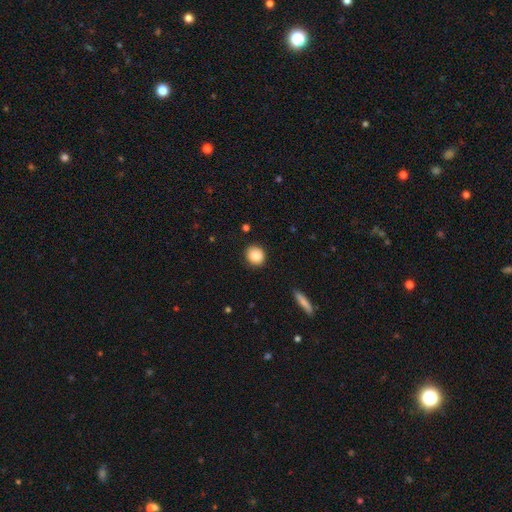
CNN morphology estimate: A smooth galaxy with no disk features (88%) that is round (86%). Merging: none (89%).